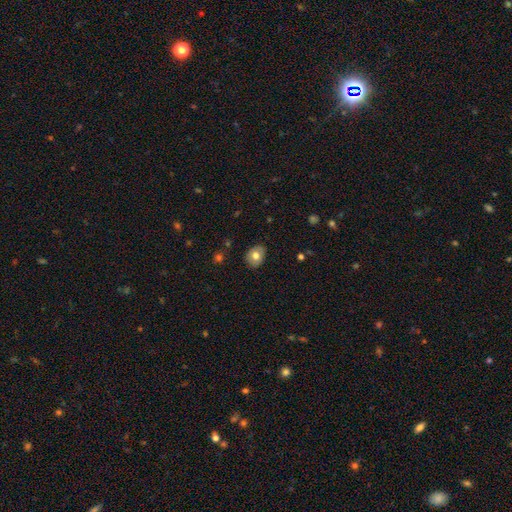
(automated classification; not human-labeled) Overall: smooth (72%). How rounded: in between (55%; round 44%). Merging: none (84%).